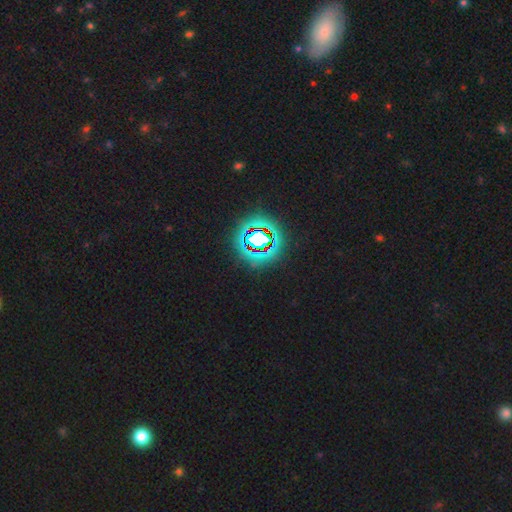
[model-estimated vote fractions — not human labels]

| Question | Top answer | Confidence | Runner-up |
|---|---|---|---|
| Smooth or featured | star or artifact | 80% | smooth (12%) |